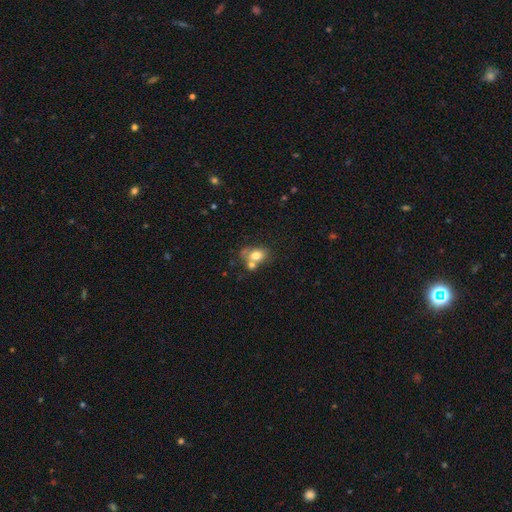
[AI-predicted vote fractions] This is likely a smooth galaxy (73%). How rounded: likely in between (65%). Merging: marginally merger (45%).